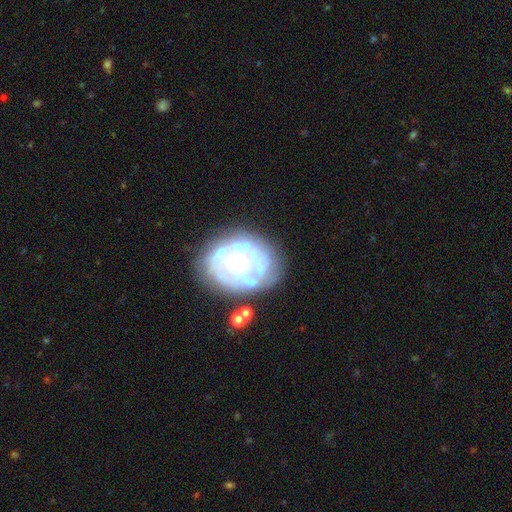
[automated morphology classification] Overall: featured or disk (72%). Edge-on disk: no (98%). Bar: no (85%). Spiral arms: no (66%; yes 34%). Bulge size: moderate (37%; small 28%). Merging: none (58%; minor disturbance 19%).